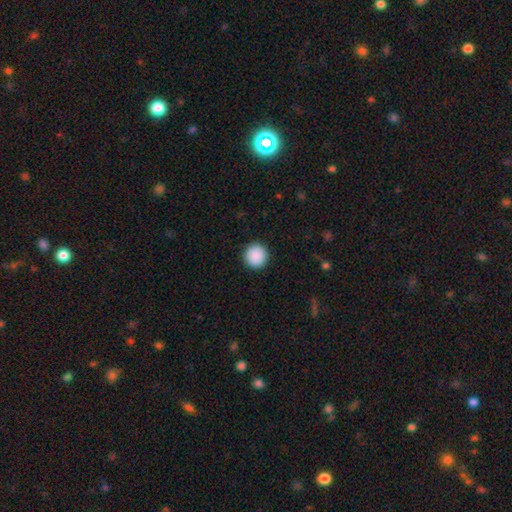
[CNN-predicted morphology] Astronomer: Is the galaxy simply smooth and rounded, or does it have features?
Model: smooth — 90%.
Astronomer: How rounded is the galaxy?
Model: round — 96%.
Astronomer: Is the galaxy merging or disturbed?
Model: none — 93%.